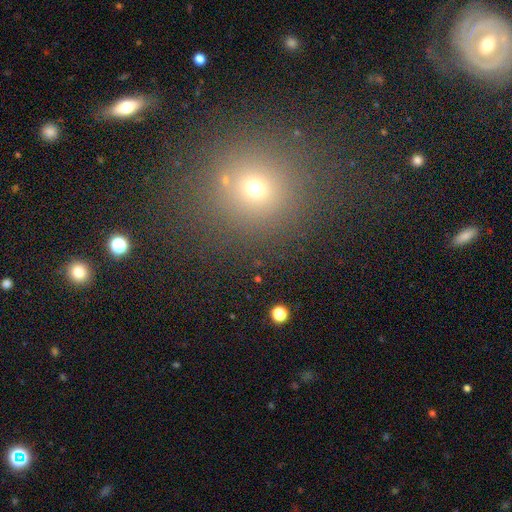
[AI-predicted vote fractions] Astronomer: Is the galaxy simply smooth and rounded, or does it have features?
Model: smooth — 56% (runner-up: star or artifact, 34%).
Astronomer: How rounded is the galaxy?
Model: round — 86%.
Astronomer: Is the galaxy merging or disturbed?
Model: none — 81%.